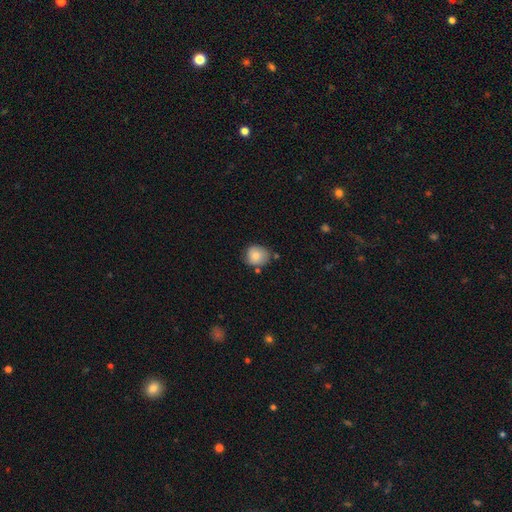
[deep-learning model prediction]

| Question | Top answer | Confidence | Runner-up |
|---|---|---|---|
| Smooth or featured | smooth | 77% | featured or disk (15%) |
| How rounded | round | 71% | in between (28%) |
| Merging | none | 66% | minor disturbance (24%) |